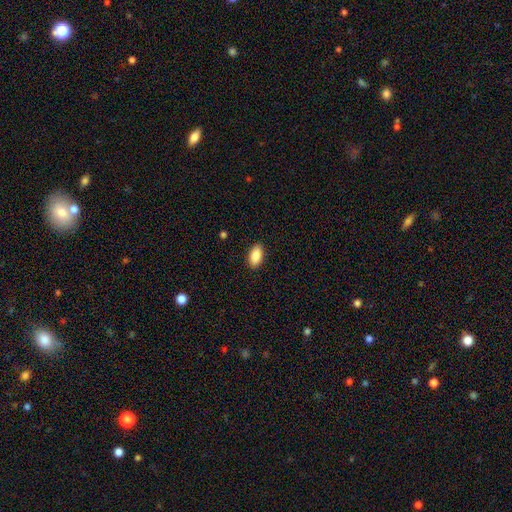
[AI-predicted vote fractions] This is clearly a smooth galaxy (89%). How rounded: clearly in between (93%). Merging: clearly none (90%).